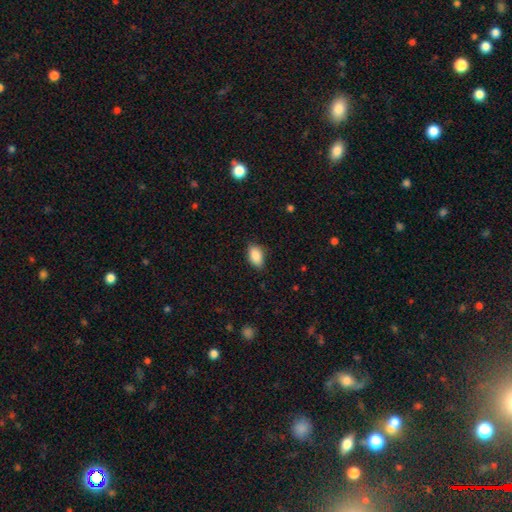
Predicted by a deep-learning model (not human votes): This appears to be a smooth galaxy with no disk features (89%) that is in between round and cigar-shaped (91%). Merging: none (82%).